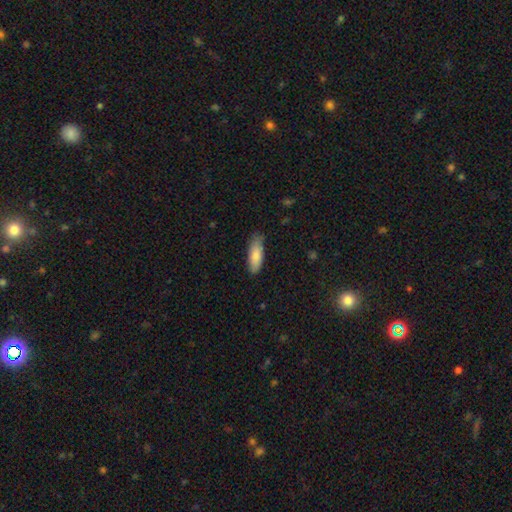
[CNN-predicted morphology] Overall: smooth (84%). How rounded: in between (65%; cigar-shaped 34%). Merging: none (77%).